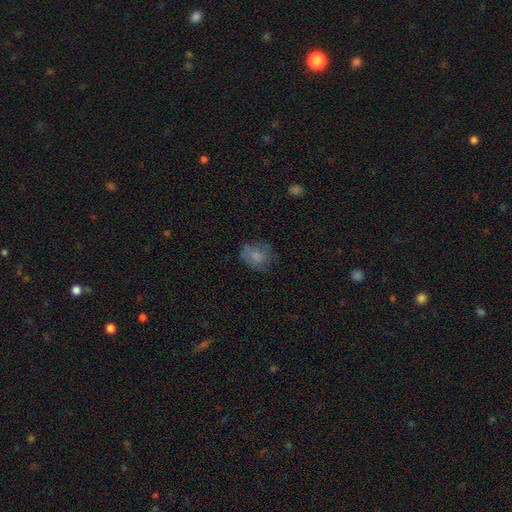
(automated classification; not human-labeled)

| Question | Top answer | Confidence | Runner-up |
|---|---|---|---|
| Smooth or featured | smooth | 72% | featured or disk (18%) |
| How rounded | round | 63% | in between (36%) |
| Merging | none | 60% | minor disturbance (26%) |